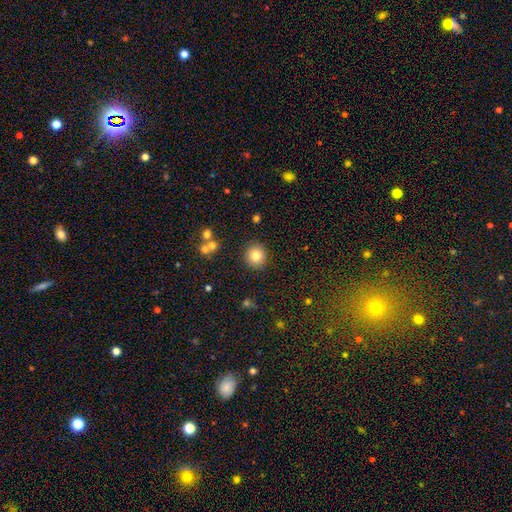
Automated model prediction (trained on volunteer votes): smooth 79%, star or artifact 11%, featured or disk 10%. Down the decision tree: how rounded — round (91%); merging — none (88%).